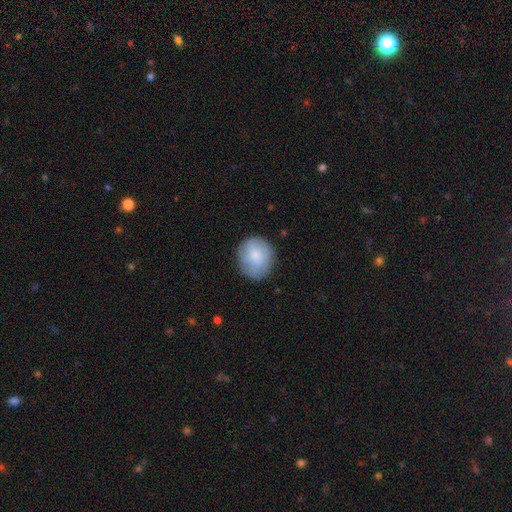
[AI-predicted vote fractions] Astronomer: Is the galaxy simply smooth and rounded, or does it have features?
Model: smooth — 72%.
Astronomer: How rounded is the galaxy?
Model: round — 77%.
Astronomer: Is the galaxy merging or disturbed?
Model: none — 76%.